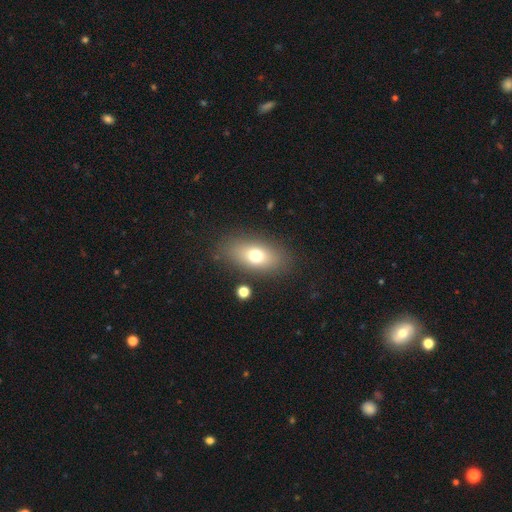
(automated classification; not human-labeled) A smooth galaxy with no disk features (72%) that is in between round and cigar-shaped (84%).

Vote fractions:
- Smooth or featured? smooth: 72% / featured or disk: 17% / star or artifact: 10%
- How rounded? in between: 84% / round: 10% / cigar-shaped: 6%
- Merging? none: 84% / minor disturbance: 10% / major disturbance: 4% / merger: 2%